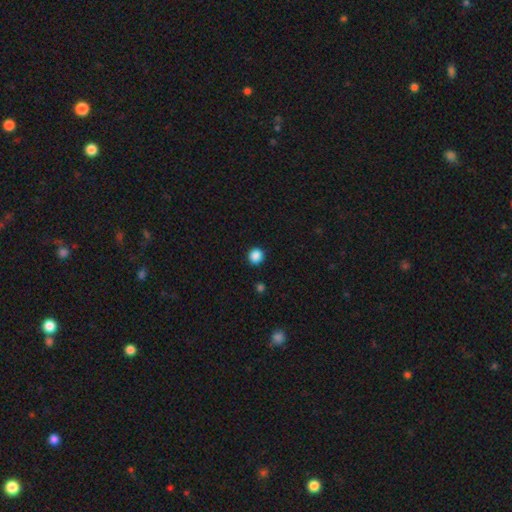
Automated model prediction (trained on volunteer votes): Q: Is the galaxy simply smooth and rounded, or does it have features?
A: smooth — 87%.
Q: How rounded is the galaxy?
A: round — 90%.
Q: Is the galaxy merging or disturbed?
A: none — 90%.